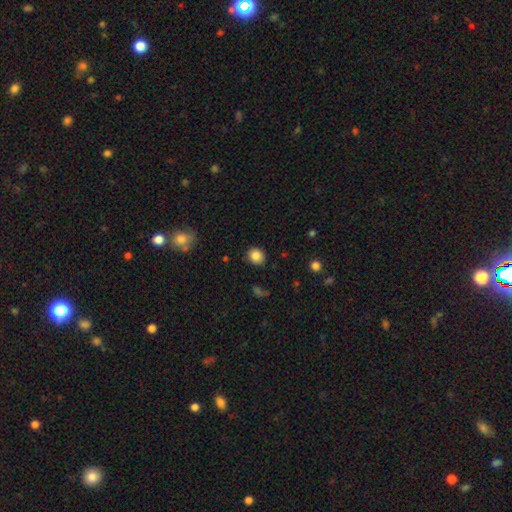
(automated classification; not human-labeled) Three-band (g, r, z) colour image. It shows a smooth galaxy with no disk features (85%) that is round (75%). Merging: none (87%).